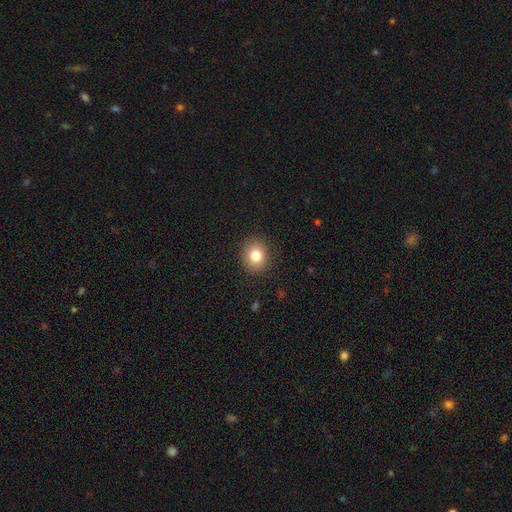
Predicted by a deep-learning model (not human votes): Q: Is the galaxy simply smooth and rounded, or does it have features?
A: smooth — 81%.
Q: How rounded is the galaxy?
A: round — 68%.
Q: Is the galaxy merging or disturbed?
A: none — 89%.